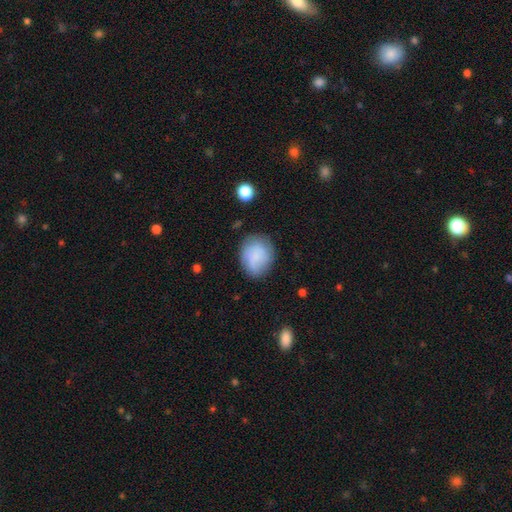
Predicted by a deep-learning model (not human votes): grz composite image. It shows a smooth galaxy with no disk features (82%) that is round (63%). Merging: none (70%).